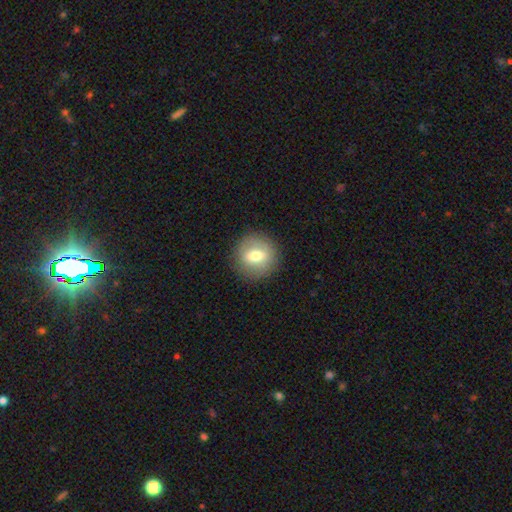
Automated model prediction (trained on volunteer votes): smooth-or-featured: smooth: 62% | featured or disk: 29% | star or artifact: 9%
  how-rounded: round: 89% | in between: 10% | cigar-shaped: 1%
  merging: none: 87% | minor disturbance: 9% | major disturbance: 3% | merger: 1%